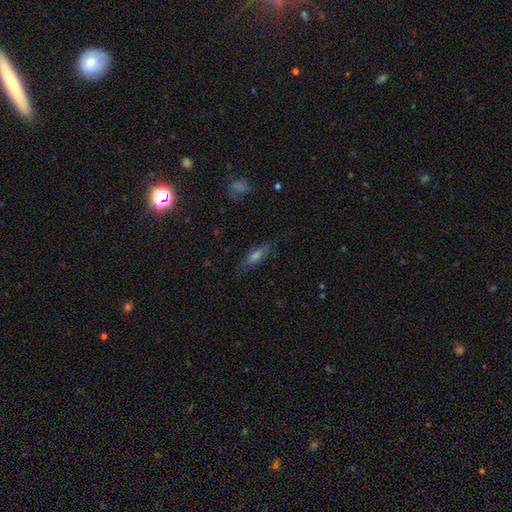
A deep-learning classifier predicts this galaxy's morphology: Smooth or featured?
  - smooth: 49% *
  - featured or disk: 32%
  - star or artifact: 19%
Merging?
  - none: 77% *
  - minor disturbance: 16%
  - major disturbance: 5%
  - merger: 2%